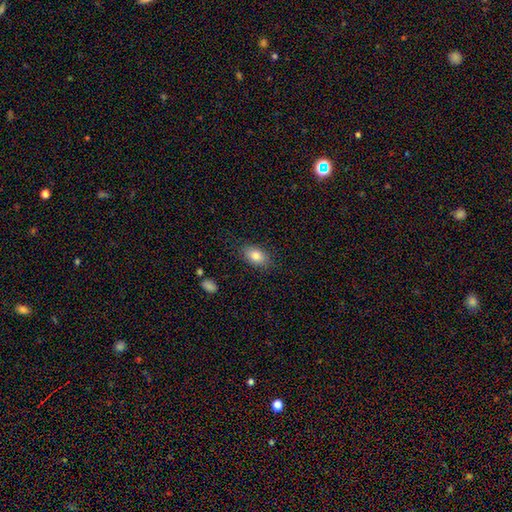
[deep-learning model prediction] Morphology: type=smooth (82%); roundness=in between (89%); merging=none (84%).